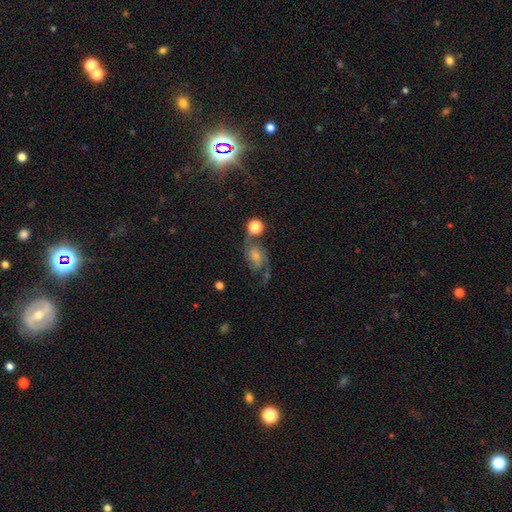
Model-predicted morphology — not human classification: Smooth or featured? featured or disk (75%)
Edge-on disk? no (97%)
Bar? no (63%)
Spiral arms? yes (95%)
Spiral winding? medium (44%)
Spiral arm count? 2 (89%)
Bulge size? small (36%)
Merging? none (50%)